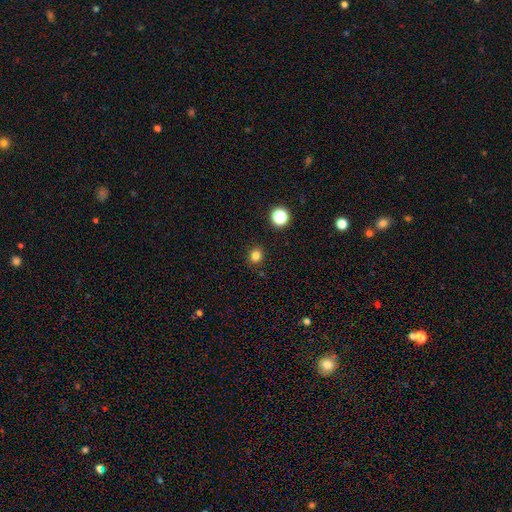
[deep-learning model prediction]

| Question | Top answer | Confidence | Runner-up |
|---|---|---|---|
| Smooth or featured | smooth | 81% | star or artifact (15%) |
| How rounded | round | 77% | in between (22%) |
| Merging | none | 90% | minor disturbance (7%) |